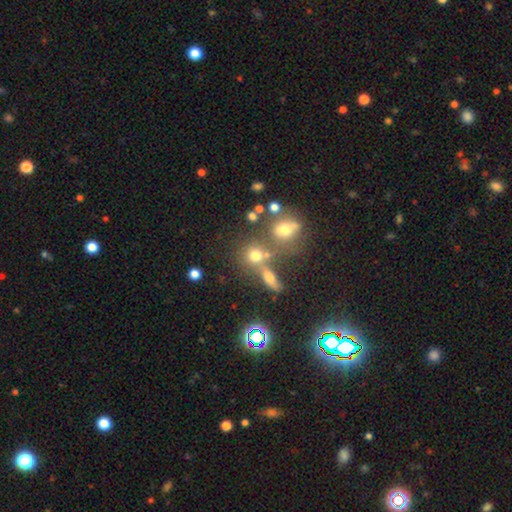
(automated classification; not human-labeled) The model was most divided on "merging": none: 49%, merger: 35%, minor disturbance: 10%, major disturbance: 6%. More confident: how rounded — round (72%); smooth or featured — smooth (66%).